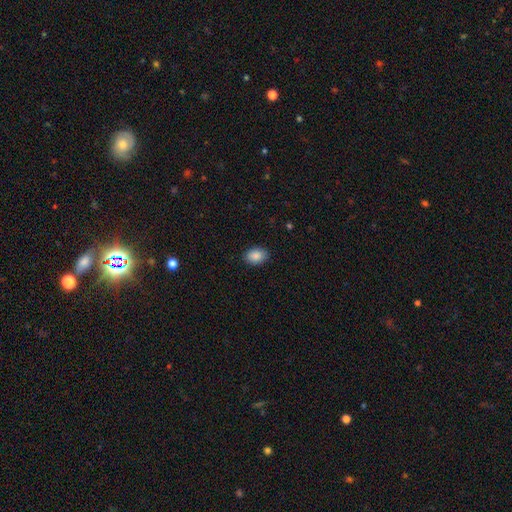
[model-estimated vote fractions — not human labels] A smooth galaxy with no disk features (88%) that is in between round and cigar-shaped (78%).

Vote fractions:
- Smooth or featured? smooth: 88% / star or artifact: 8% / featured or disk: 4%
- How rounded? in between: 78% / round: 21% / cigar-shaped: 1%
- Merging? none: 89% / minor disturbance: 8% / major disturbance: 2% / merger: 1%